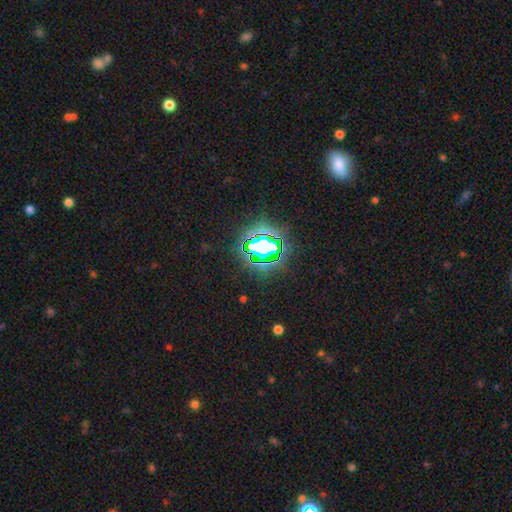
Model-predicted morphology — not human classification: This is likely a star or artifact rather than a galaxy (74%).